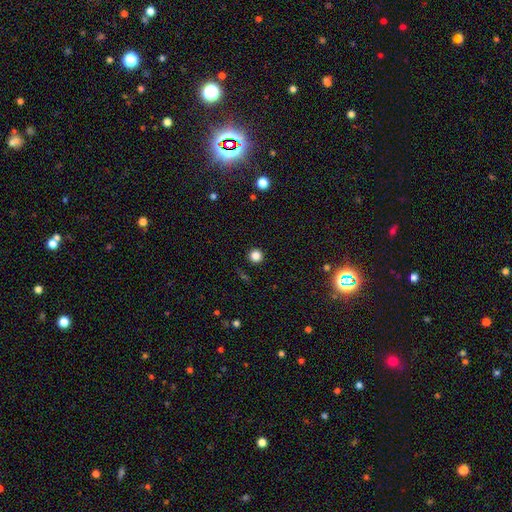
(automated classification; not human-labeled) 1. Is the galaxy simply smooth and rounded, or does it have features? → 83% smooth, 13% star or artifact, 4% featured or disk.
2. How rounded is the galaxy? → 96% round, 3% in between, 1% cigar-shaped.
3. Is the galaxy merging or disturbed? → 92% none, 5% minor disturbance, 2% major disturbance, 1% merger.